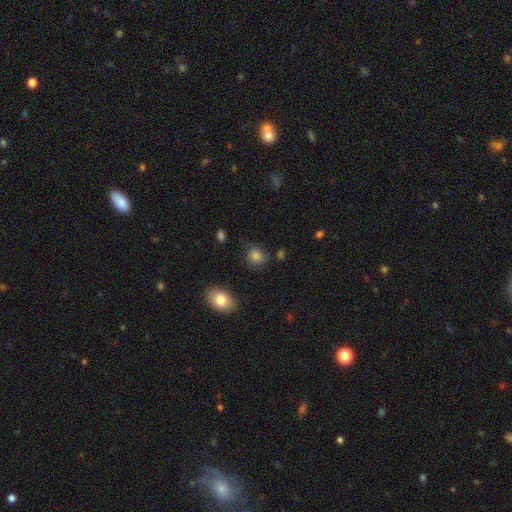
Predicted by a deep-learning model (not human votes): A smooth galaxy with no disk features (83%) that is round (70%).

Vote fractions:
- Smooth or featured? smooth: 83% / star or artifact: 11% / featured or disk: 6%
- How rounded? round: 70% / in between: 29% / cigar-shaped: 1%
- Merging? none: 72% / minor disturbance: 19% / major disturbance: 6% / merger: 4%